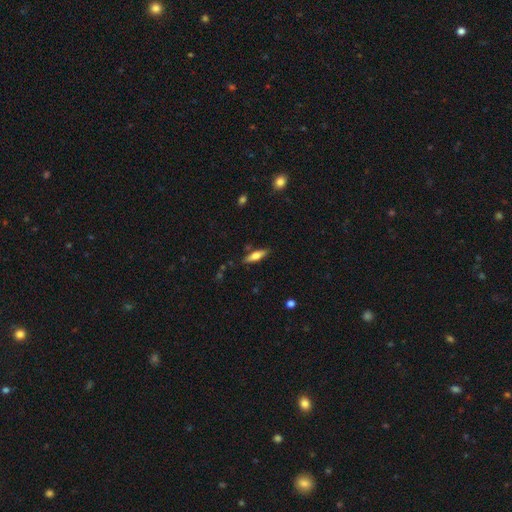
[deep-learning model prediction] Smooth or featured? Predicted: smooth (p=0.61). How rounded? Predicted: cigar-shaped (p=0.54). Merging? Predicted: none (p=0.83).